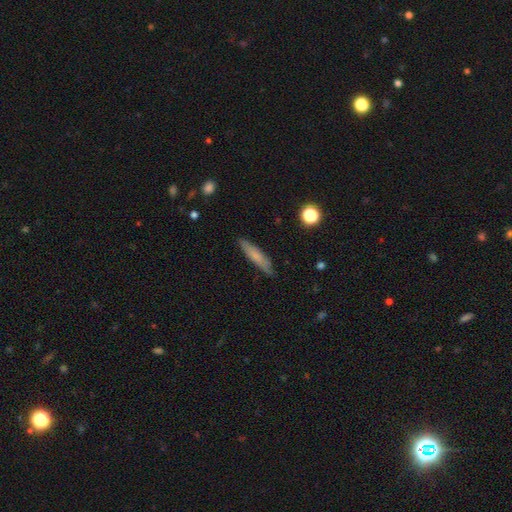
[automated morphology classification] Q: Smooth or featured?
A: smooth (68%); runner-up: featured or disk (24%)
Q: How rounded?
A: cigar-shaped (84%); runner-up: in between (14%)
Q: Merging?
A: none (86%); runner-up: minor disturbance (11%)